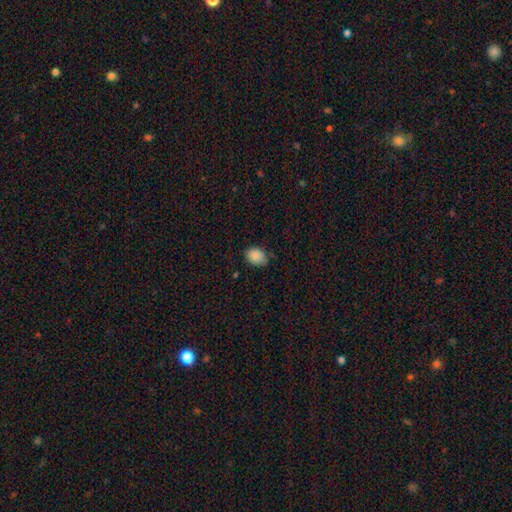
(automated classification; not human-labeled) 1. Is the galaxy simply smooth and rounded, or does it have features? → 88% smooth, 8% star or artifact, 4% featured or disk.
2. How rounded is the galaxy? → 66% in between, 33% round, 1% cigar-shaped.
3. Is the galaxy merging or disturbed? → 68% none, 27% minor disturbance, 4% major disturbance, 2% merger.